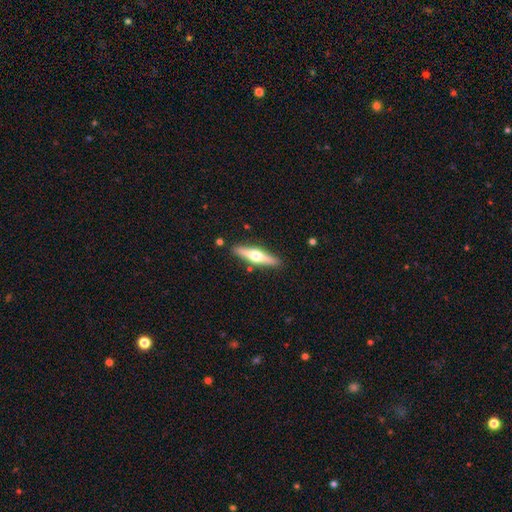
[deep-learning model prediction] Smooth or featured?
  - featured or disk: 65% *
  - smooth: 30%
  - star or artifact: 5%
Edge-on disk?
  - yes: 97% *
  - no: 3%
Edge-on bulge?
  - rounded: 95% *
  - boxy: 3%
  - none: 2%
Merging?
  - none: 88% *
  - minor disturbance: 8%
  - merger: 2%
  - major disturbance: 2%